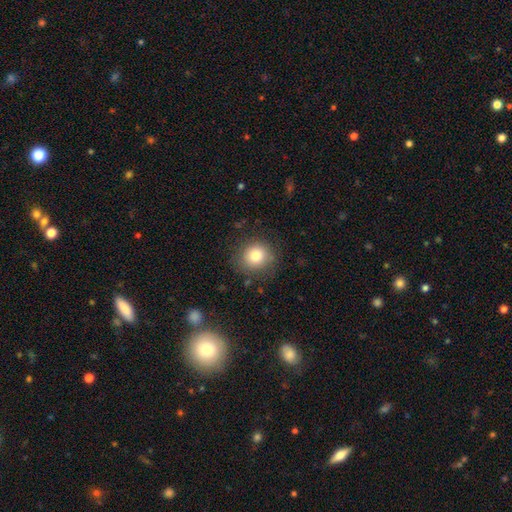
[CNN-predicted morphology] Smooth or featured?
  - smooth: 82% *
  - star or artifact: 10%
  - featured or disk: 8%
How rounded?
  - round: 86% *
  - in between: 13%
  - cigar-shaped: 1%
Merging?
  - none: 83% *
  - minor disturbance: 11%
  - major disturbance: 4%
  - merger: 1%